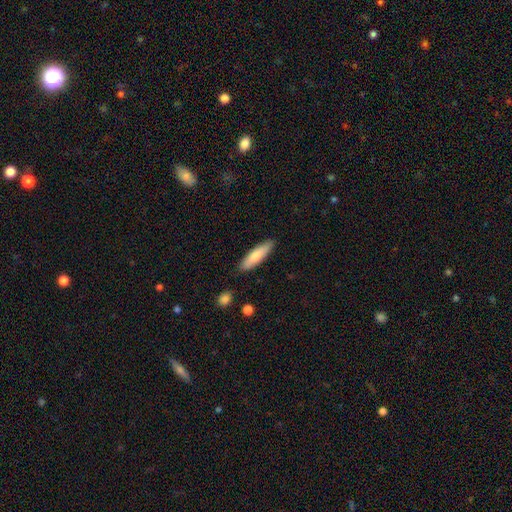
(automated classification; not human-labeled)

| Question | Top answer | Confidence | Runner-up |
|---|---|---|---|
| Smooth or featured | smooth | 76% | featured or disk (18%) |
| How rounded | cigar-shaped | 65% | in between (34%) |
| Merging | none | 87% | minor disturbance (10%) |